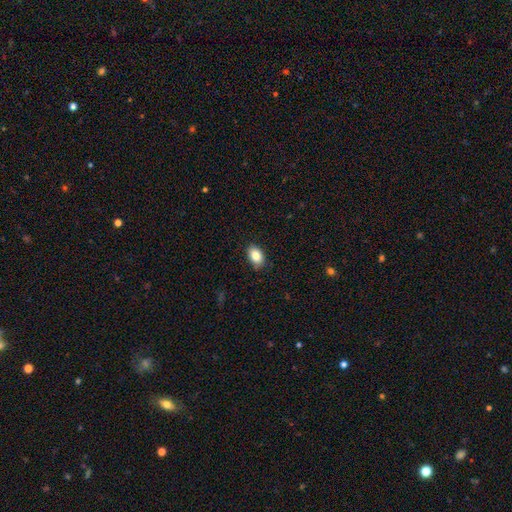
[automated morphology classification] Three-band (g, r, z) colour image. It shows a smooth galaxy with no disk features (85%) that is in between round and cigar-shaped (88%). Merging: none (86%).